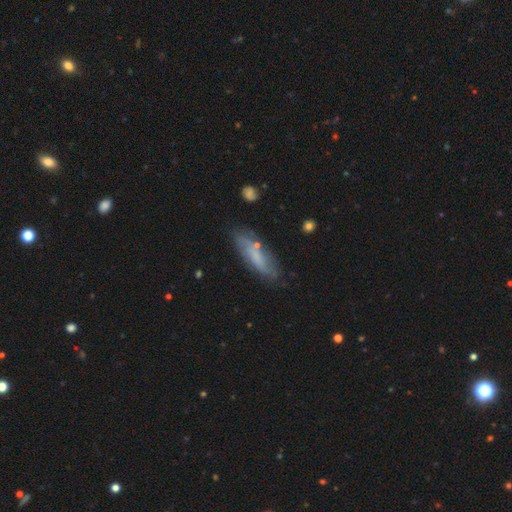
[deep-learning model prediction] Q: Smooth or featured?
A: smooth (57%); runner-up: featured or disk (35%)
Q: How rounded?
A: cigar-shaped (52%); runner-up: in between (46%)
Q: Merging?
A: none (69%); runner-up: minor disturbance (21%)